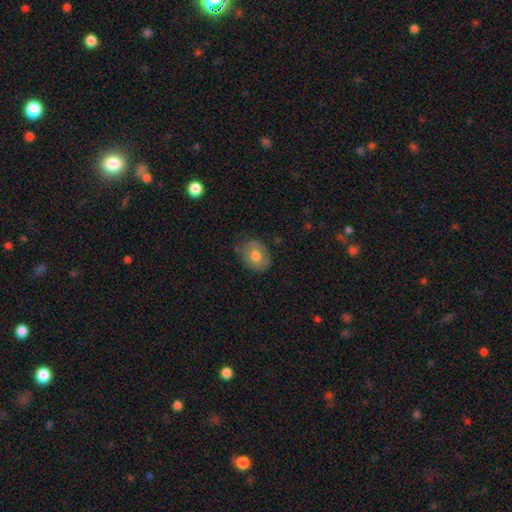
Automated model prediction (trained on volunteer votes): This appears to be a smooth galaxy with no disk features (67%) that is in between round and cigar-shaped (53%). Merging: none (59%).